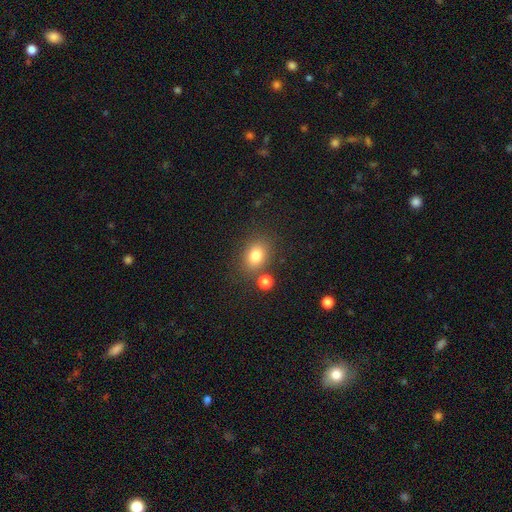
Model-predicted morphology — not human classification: smooth 80%, star or artifact 12%, featured or disk 8%. Down the decision tree: how rounded — in between (59%); merging — none (75%).